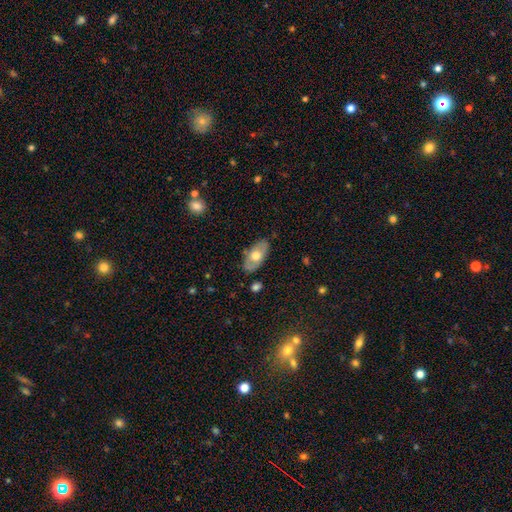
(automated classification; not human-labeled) The model was most divided on "smooth or featured": smooth: 57%, featured or disk: 37%, star or artifact: 6%. More confident: how rounded — in between (92%); merging — none (81%).